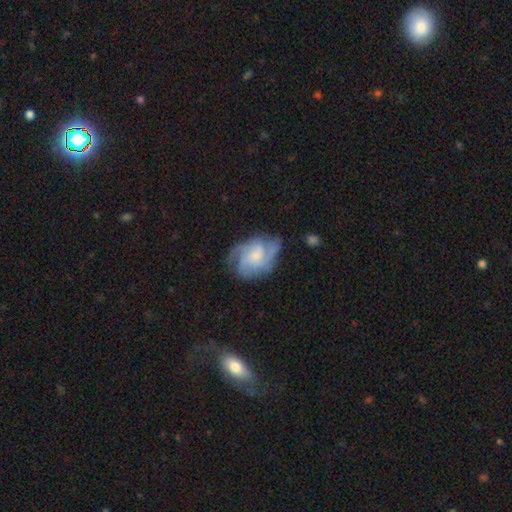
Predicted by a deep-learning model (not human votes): The model was most divided on "spiral winding": medium: 44%, tight: 42%, loose: 13%. Remaining: edge-on disk — no (98%); spiral arms — yes (96%); smooth or featured — featured or disk (81%); merging — none (66%); bar — no (64%); bulge size — small (50%); spiral arm count — 3 (33%).